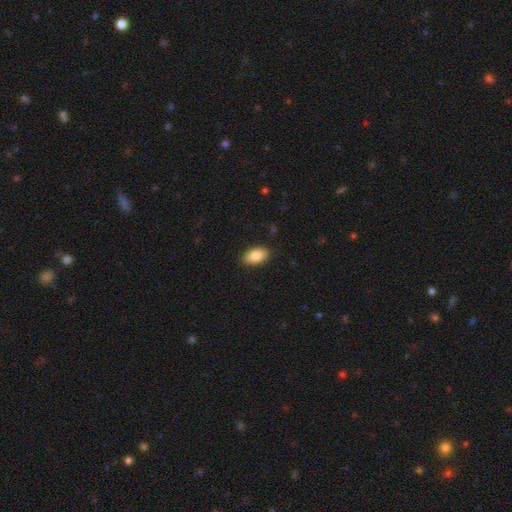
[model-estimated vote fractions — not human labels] A smooth galaxy with no disk features (86%) that is in between round and cigar-shaped (93%). Merging: none (88%).